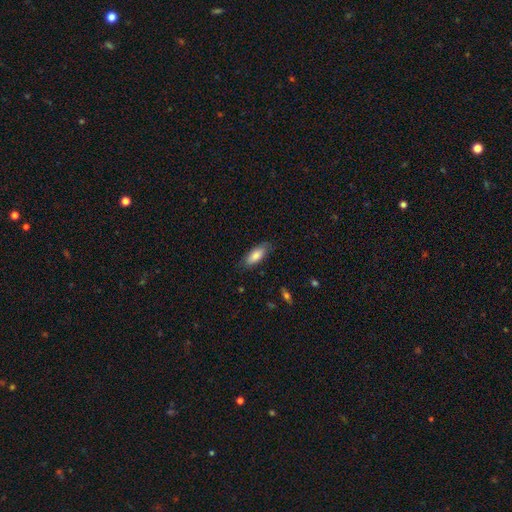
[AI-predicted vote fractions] The model was most divided on "how rounded": in between: 79%, cigar-shaped: 20%, round: 2%. More confident: smooth or featured — smooth (82%); merging — none (78%).